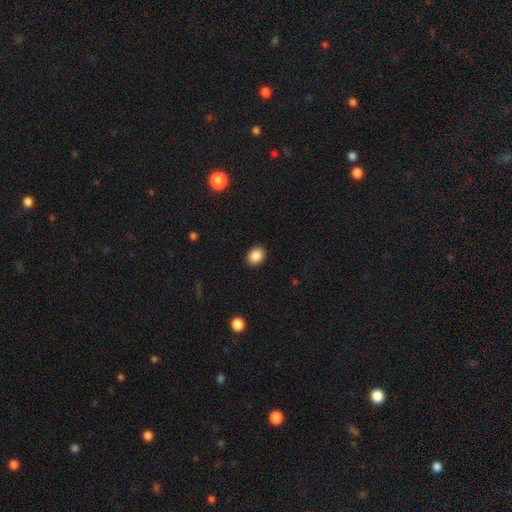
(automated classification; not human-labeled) Smooth or featured? Predicted: smooth (p=0.88). How rounded? Predicted: in between (p=0.58). Merging? Predicted: none (p=0.90).